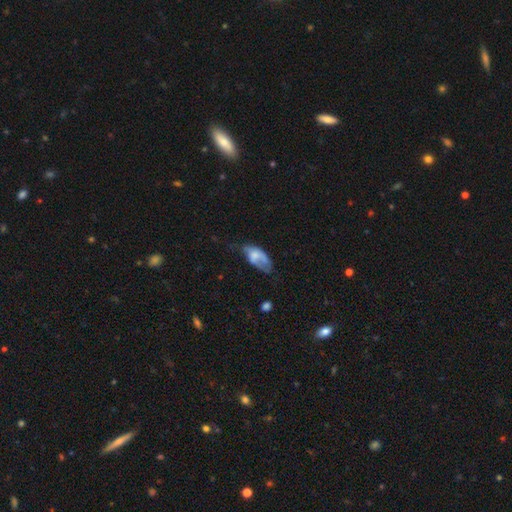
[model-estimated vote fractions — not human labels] The model was most divided on "merging": minor disturbance: 35%, major disturbance: 32%, none: 28%, merger: 4%. More confident: how rounded — in between (92%); smooth or featured — smooth (61%).